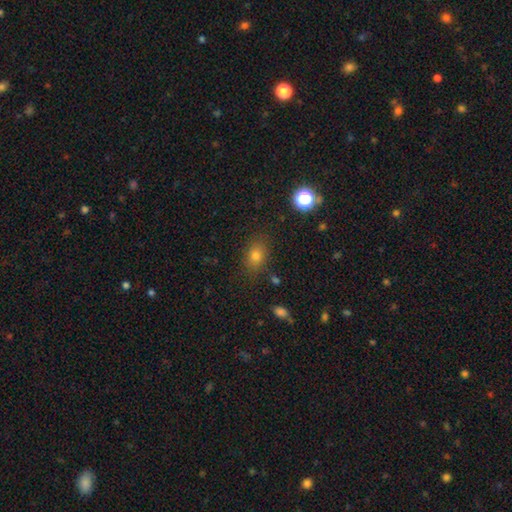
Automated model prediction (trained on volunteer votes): Smooth or featured? smooth (75%)
How rounded? in between (61%)
Merging? none (83%)